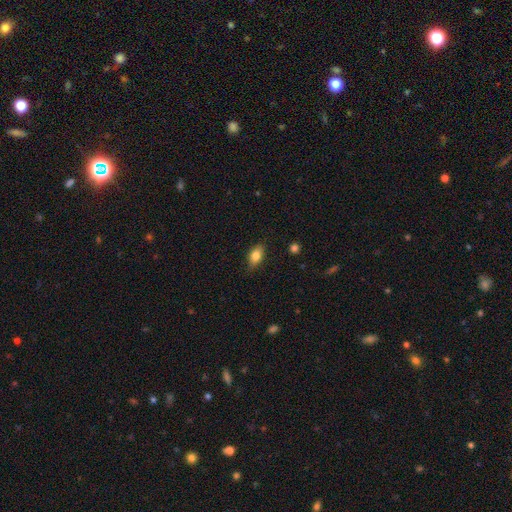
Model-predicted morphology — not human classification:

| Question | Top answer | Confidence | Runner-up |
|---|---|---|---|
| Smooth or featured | smooth | 81% | featured or disk (11%) |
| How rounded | in between | 85% | round (9%) |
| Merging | none | 81% | minor disturbance (15%) |